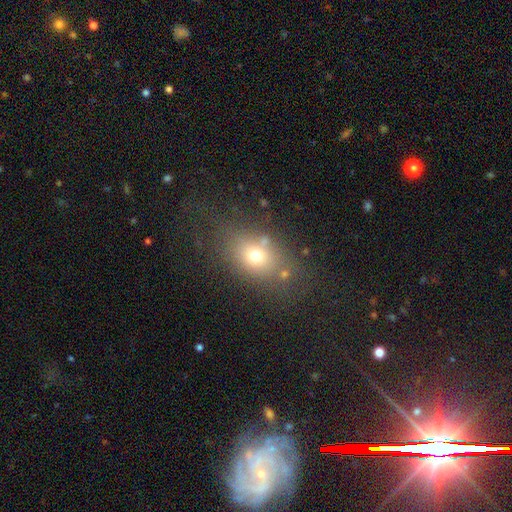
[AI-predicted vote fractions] A smooth galaxy with no disk features (67%) that is in between round and cigar-shaped (62%). Merging: none (69%).